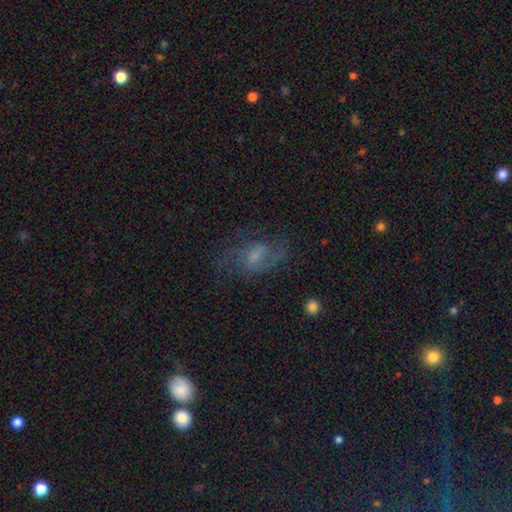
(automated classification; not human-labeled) Smooth or featured? featured or disk (63%)
Edge-on disk? no (95%)
Bar? weak (52%)
Spiral arms? yes (81%)
Bulge size? small (34%)
Merging? none (56%)